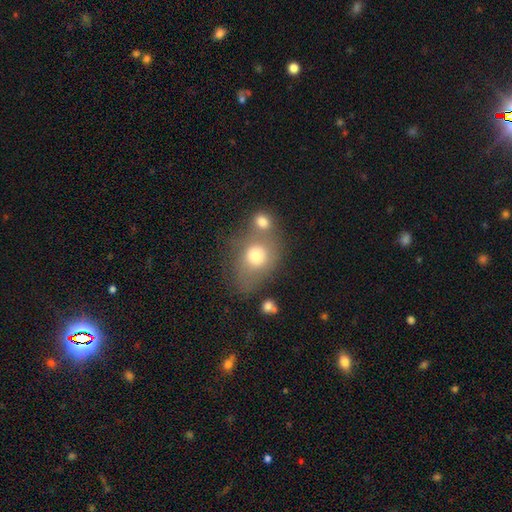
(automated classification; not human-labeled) smooth-or-featured: smooth: 72% | featured or disk: 17% | star or artifact: 10%
  how-rounded: round: 51% | in between: 48% | cigar-shaped: 1%
  merging: merger: 42% | none: 35% | minor disturbance: 14% | major disturbance: 9%